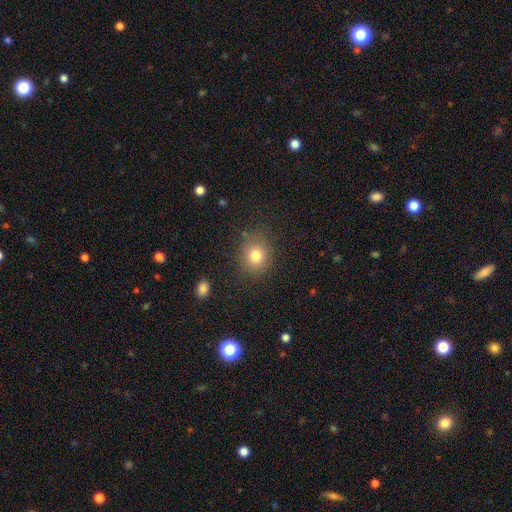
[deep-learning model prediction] A smooth galaxy with no disk features (79%) that is round (72%). Merging: none (83%).